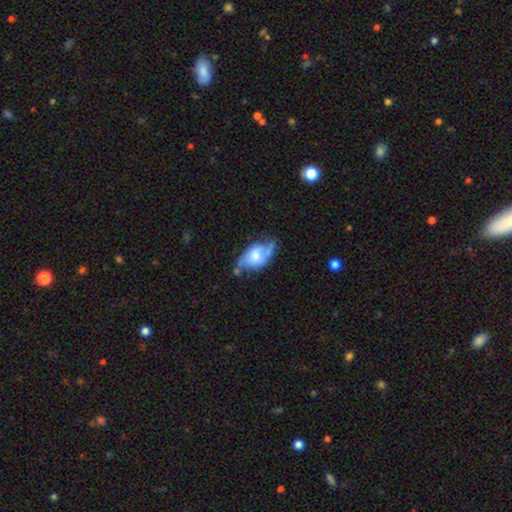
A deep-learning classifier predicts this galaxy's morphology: Smooth or featured: featured or disk — 63% (smooth — 30%)
Edge-on disk: no — 92% (yes — 8%)
Bar: no — 56% (weak — 35%)
Spiral arms: yes — 80% (no — 20%)
Bulge size: moderate — 45% (small — 24%)
Merging: none — 48% (minor disturbance — 30%)